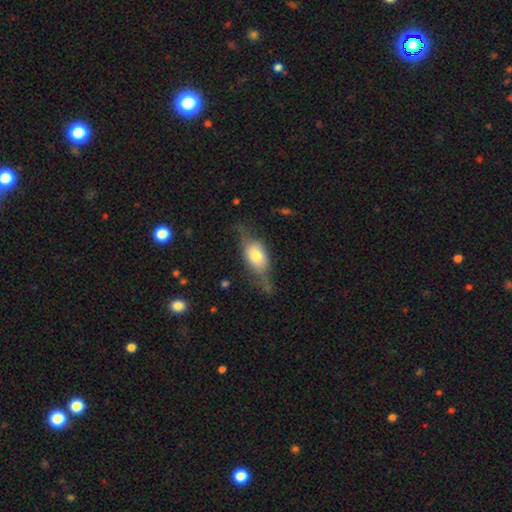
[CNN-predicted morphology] This is possibly a smooth galaxy (52%). How rounded: likely in between (75%). Merging: possibly none (47%).